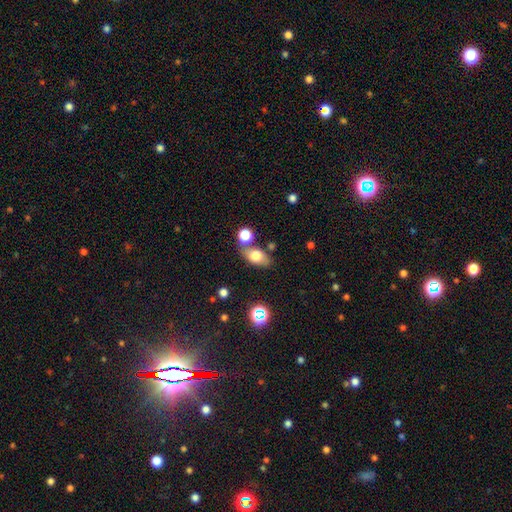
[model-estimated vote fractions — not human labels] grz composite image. It shows a smooth galaxy with no disk features (71%) that is in between round and cigar-shaped (82%). Merging: none (67%).